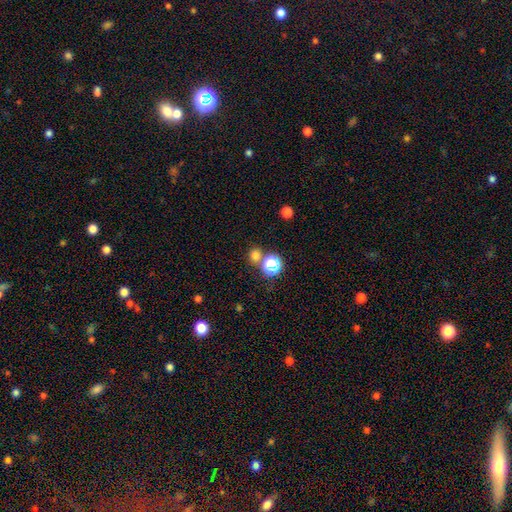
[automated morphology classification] Overall: smooth (72%). How rounded: round (85%). Merging: none (68%).